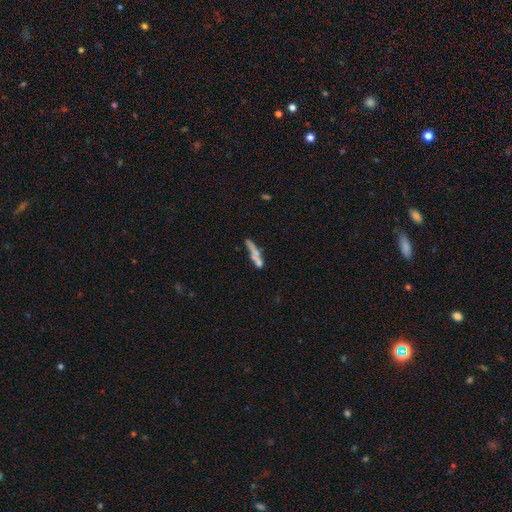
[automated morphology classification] Smooth or featured?
  - smooth: 52% *
  - featured or disk: 38%
  - star or artifact: 11%
How rounded?
  - cigar-shaped: 81% *
  - in between: 14%
  - round: 4%
Merging?
  - none: 47% *
  - merger: 28%
  - minor disturbance: 15%
  - major disturbance: 10%